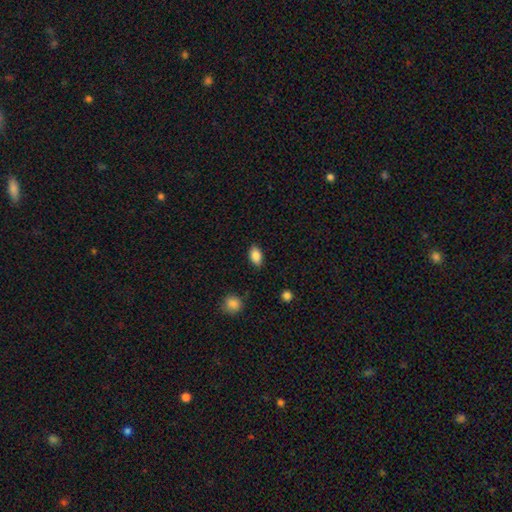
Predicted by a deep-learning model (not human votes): The model was most divided on "merging": none: 87%, minor disturbance: 10%, major disturbance: 2%, merger: 1%. More confident: how rounded — in between (90%); smooth or featured — smooth (86%).